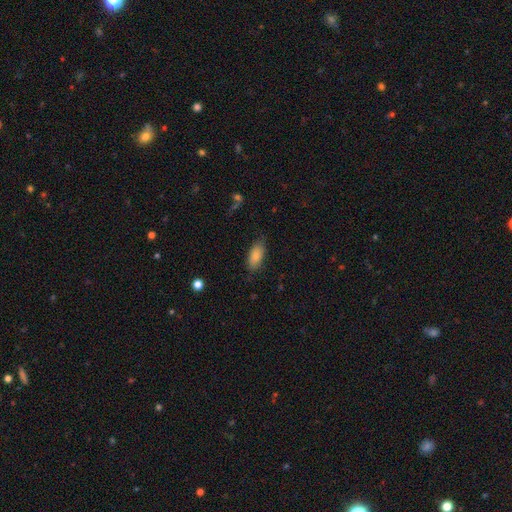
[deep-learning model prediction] Smooth or featured? Predicted: smooth (p=0.84). How rounded? Predicted: in between (p=0.87). Merging? Predicted: none (p=0.79).